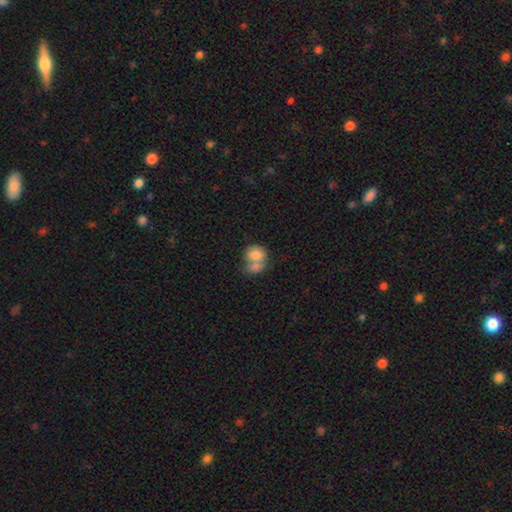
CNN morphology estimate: This appears to be a smooth galaxy with no disk features (80%) that is round (56%). Merging: merger (64%).